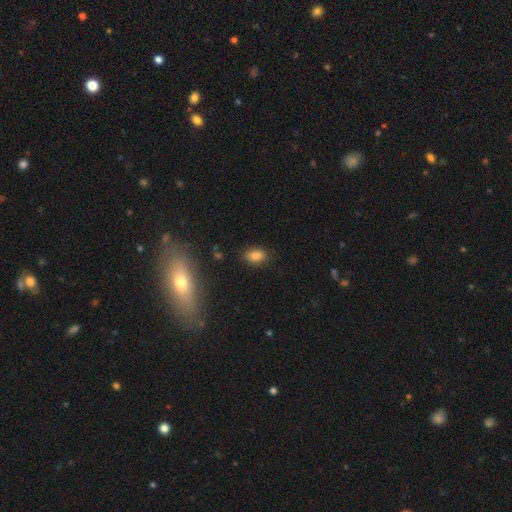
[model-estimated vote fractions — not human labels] Morphology: type=smooth (83%); roundness=in between (83%); merging=none (82%).